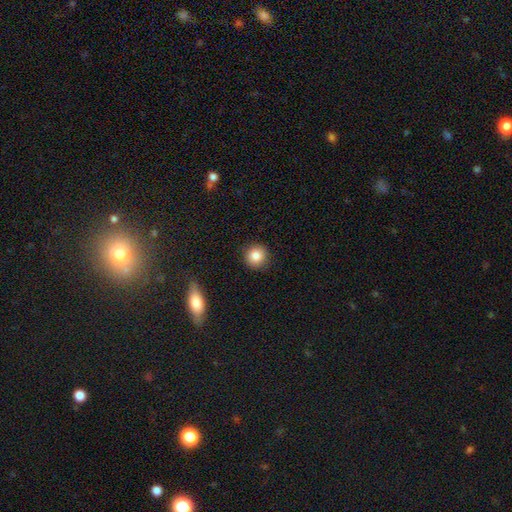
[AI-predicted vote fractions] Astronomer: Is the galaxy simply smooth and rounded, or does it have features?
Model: smooth — 84%.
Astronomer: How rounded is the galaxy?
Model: round — 93%.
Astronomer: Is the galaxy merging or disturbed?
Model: none — 89%.